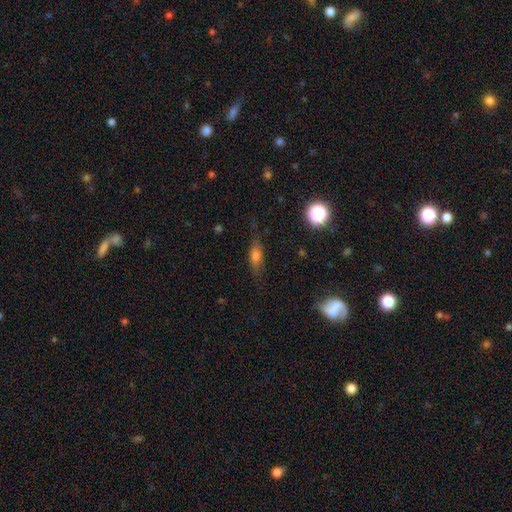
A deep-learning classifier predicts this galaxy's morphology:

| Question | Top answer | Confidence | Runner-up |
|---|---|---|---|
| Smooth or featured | smooth | 60% | featured or disk (29%) |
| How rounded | in between | 55% | cigar-shaped (40%) |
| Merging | none | 75% | minor disturbance (18%) |